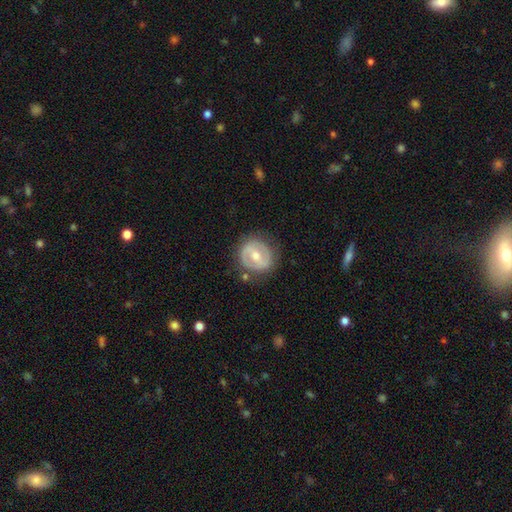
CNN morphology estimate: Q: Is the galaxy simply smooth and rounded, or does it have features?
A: featured or disk — 59%.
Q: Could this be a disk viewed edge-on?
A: no — 96%.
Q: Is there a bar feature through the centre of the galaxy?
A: weak — 43%.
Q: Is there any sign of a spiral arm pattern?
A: no — 63%.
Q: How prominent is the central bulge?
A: moderate — 72%.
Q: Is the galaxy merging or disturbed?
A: none — 78%.